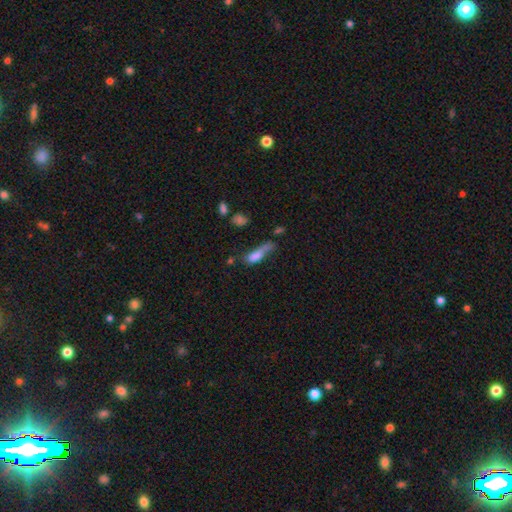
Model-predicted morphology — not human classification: Overall: smooth (69%). How rounded: in between (52%; cigar-shaped 43%). Merging: major disturbance (35%; none 25%).